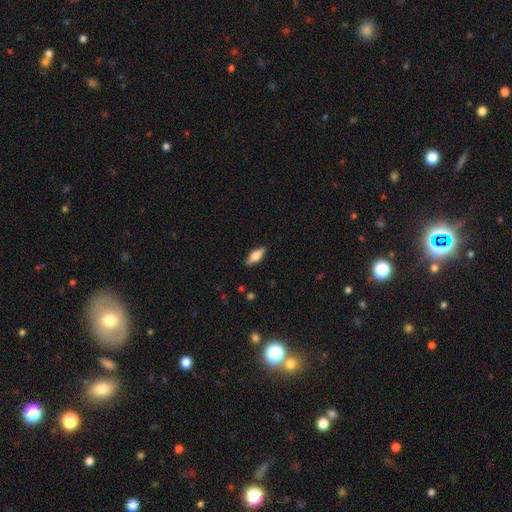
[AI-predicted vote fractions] Smooth or featured?
  - smooth: 63% *
  - featured or disk: 30%
  - star or artifact: 6%
How rounded?
  - in between: 71% *
  - cigar-shaped: 27%
  - round: 3%
Merging?
  - none: 87% *
  - minor disturbance: 10%
  - major disturbance: 2%
  - merger: 1%